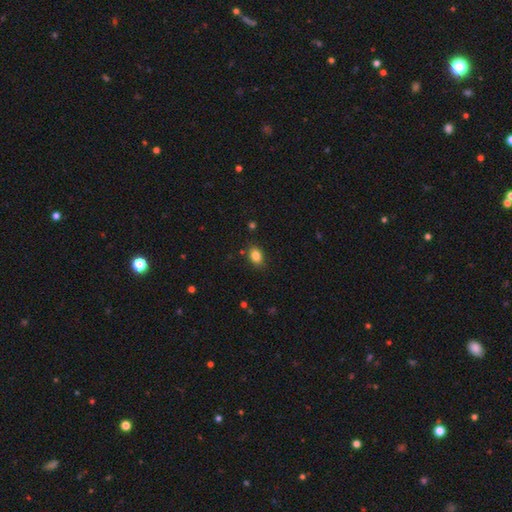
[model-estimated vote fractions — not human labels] A smooth galaxy with no disk features (83%) that is in between round and cigar-shaped (76%).

Vote fractions:
- Smooth or featured? smooth: 83% / star or artifact: 10% / featured or disk: 7%
- How rounded? in between: 76% / round: 22% / cigar-shaped: 1%
- Merging? none: 84% / minor disturbance: 12% / major disturbance: 3% / merger: 2%